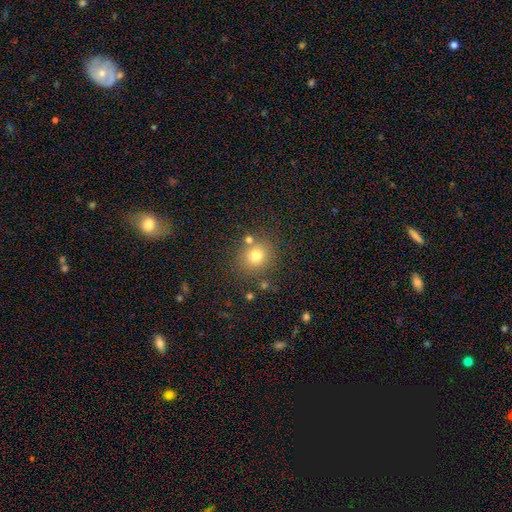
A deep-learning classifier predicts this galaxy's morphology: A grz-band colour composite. It shows a smooth galaxy with no disk features (75%) that is round (86%). Merging: none (76%).